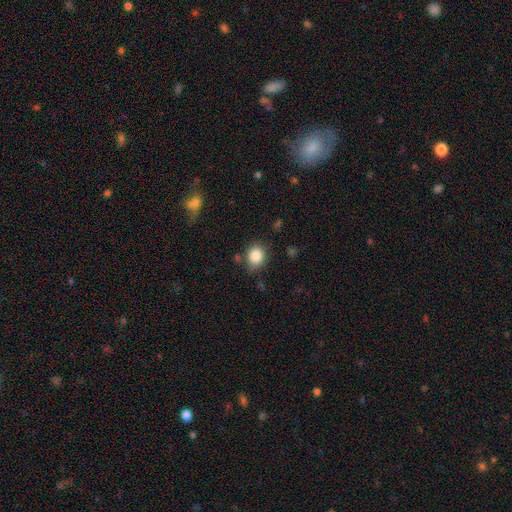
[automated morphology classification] Smooth or featured?
  - smooth: 86% *
  - star or artifact: 9%
  - featured or disk: 5%
How rounded?
  - round: 64% *
  - in between: 35%
  - cigar-shaped: 1%
Merging?
  - none: 74% *
  - minor disturbance: 17%
  - major disturbance: 5%
  - merger: 4%